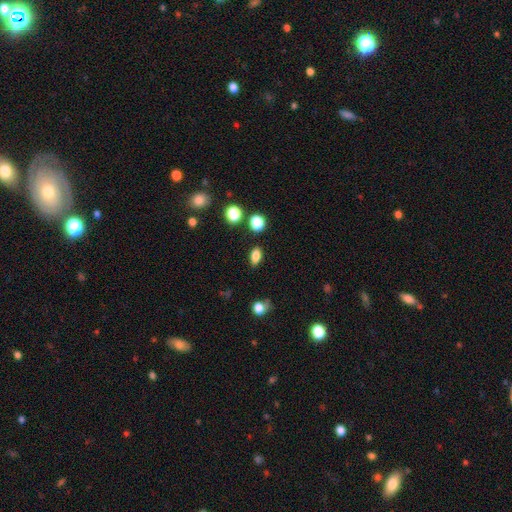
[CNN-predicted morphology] Q: Smooth or featured?
A: smooth (83%); runner-up: star or artifact (11%)
Q: How rounded?
A: in between (83%); runner-up: round (11%)
Q: Merging?
A: none (84%); runner-up: minor disturbance (11%)